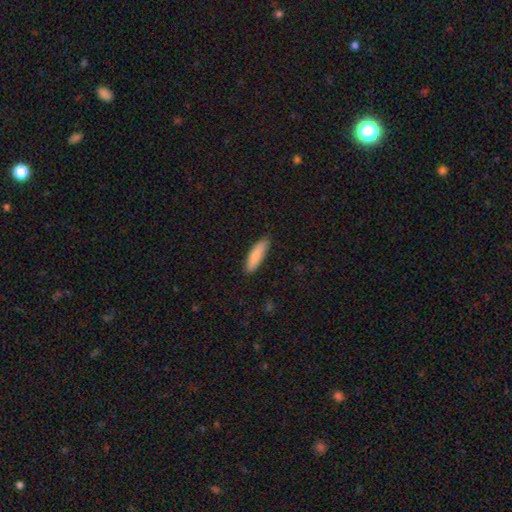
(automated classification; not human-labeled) Overall: smooth (85%). How rounded: cigar-shaped (65%; in between 34%). Merging: none (85%).